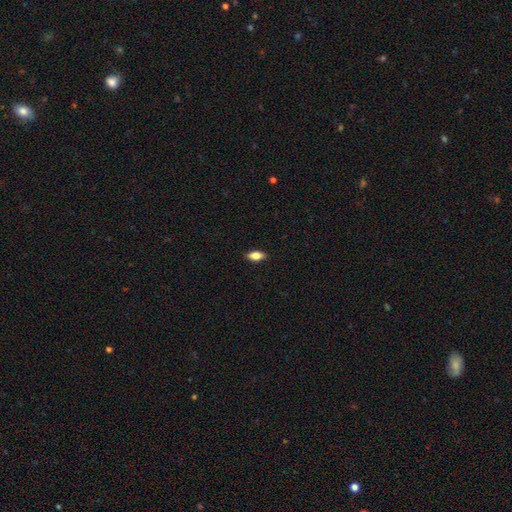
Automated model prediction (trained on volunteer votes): Overall: smooth (78%). How rounded: in between (84%). Merging: none (89%).